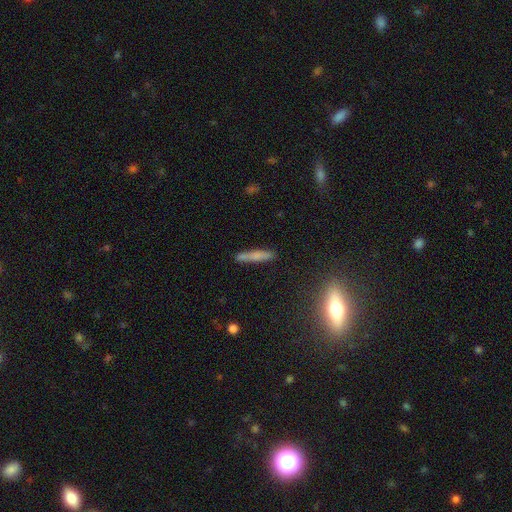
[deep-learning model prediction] smooth 70%, featured or disk 21%, star or artifact 8%. Down the decision tree: how rounded — cigar-shaped (91%); merging — none (79%).